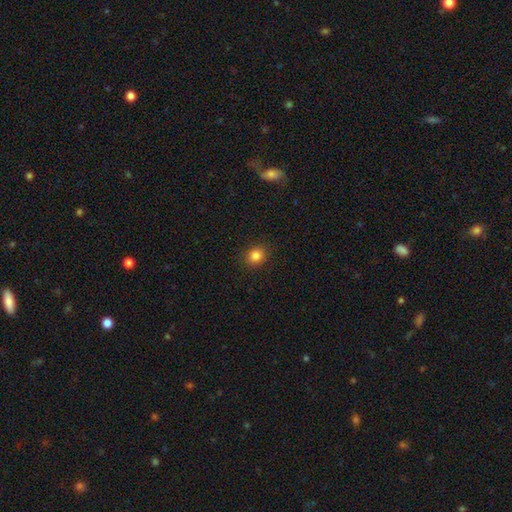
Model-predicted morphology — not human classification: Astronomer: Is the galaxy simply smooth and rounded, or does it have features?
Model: smooth — 84%.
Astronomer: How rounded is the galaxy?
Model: round — 72%.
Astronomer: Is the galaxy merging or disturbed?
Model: none — 89%.